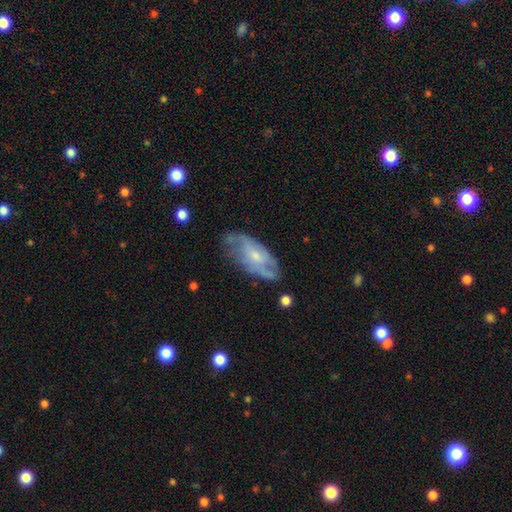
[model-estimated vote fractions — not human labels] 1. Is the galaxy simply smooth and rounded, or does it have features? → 65% featured or disk, 28% smooth, 7% star or artifact.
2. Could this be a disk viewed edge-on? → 88% no, 12% yes.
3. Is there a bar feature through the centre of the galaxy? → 67% no, 28% weak, 5% strong.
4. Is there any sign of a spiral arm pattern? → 77% yes, 23% no.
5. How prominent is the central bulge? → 63% small, 30% moderate, 4% none, 2% large, 1% dominant.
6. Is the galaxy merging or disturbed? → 64% none, 25% minor disturbance, 9% major disturbance, 2% merger.